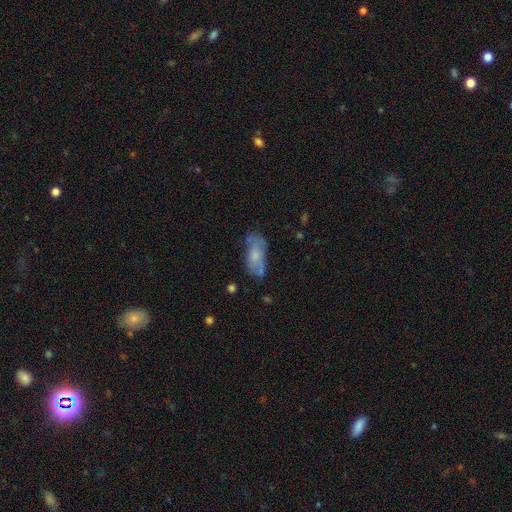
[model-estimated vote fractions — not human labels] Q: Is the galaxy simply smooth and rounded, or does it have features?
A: smooth — 55%.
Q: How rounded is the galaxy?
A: in between — 83%.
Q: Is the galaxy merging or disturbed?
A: none — 55%.